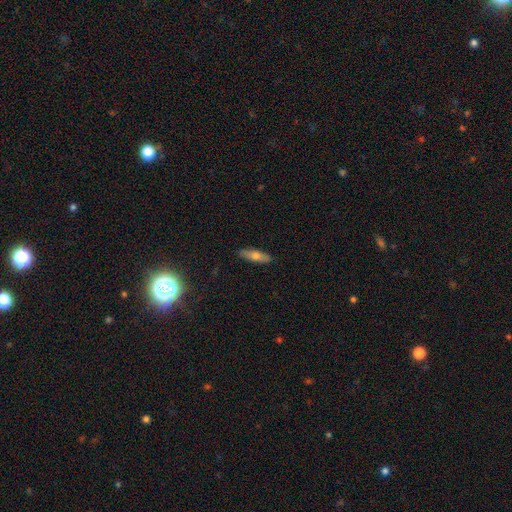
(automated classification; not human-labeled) This is likely a smooth galaxy (60%). How rounded: likely cigar-shaped (62%). Merging: clearly none (89%).